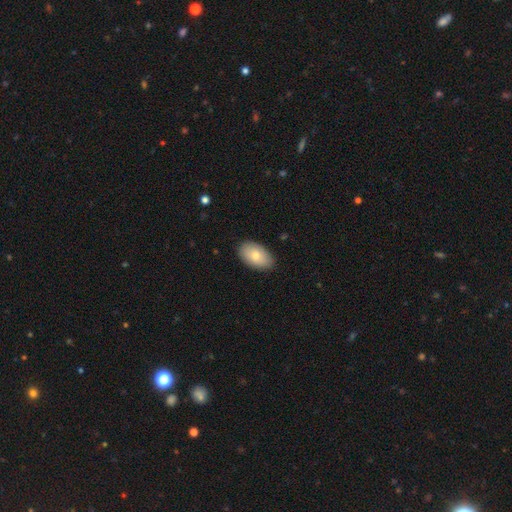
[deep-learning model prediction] Overall: smooth (79%). How rounded: in between (93%). Merging: none (86%).